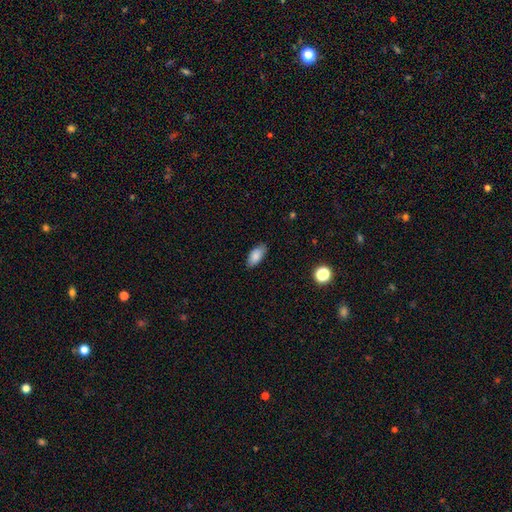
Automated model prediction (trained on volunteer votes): Smooth or featured: smooth — 85% (featured or disk — 7%)
How rounded: in between — 91% (cigar-shaped — 7%)
Merging: none — 85% (minor disturbance — 12%)